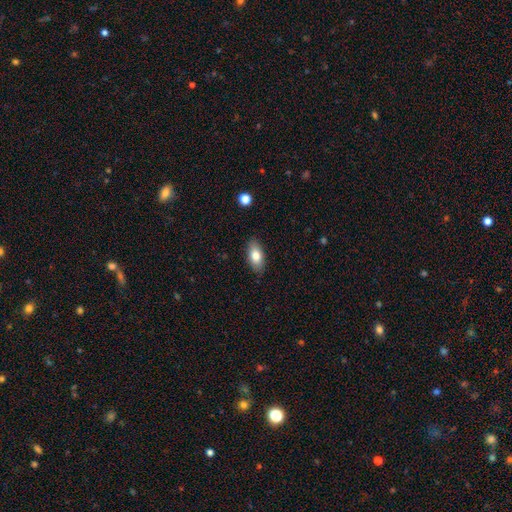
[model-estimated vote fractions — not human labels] Q: Smooth or featured?
A: smooth (79%); runner-up: featured or disk (14%)
Q: How rounded?
A: in between (90%); runner-up: cigar-shaped (6%)
Q: Merging?
A: none (86%); runner-up: minor disturbance (11%)